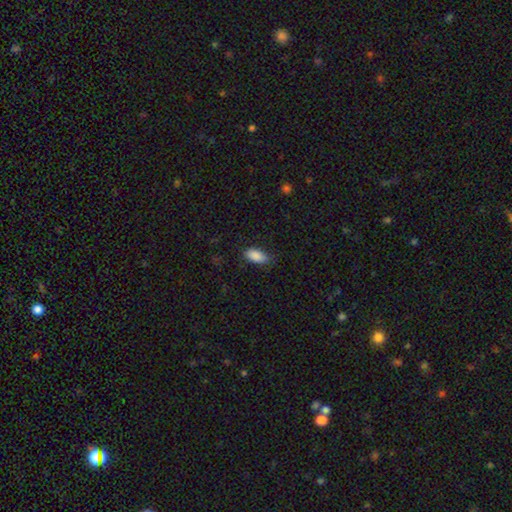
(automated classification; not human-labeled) Q: Smooth or featured?
A: smooth (88%); runner-up: star or artifact (7%)
Q: How rounded?
A: in between (92%); runner-up: cigar-shaped (6%)
Q: Merging?
A: none (77%); runner-up: minor disturbance (18%)